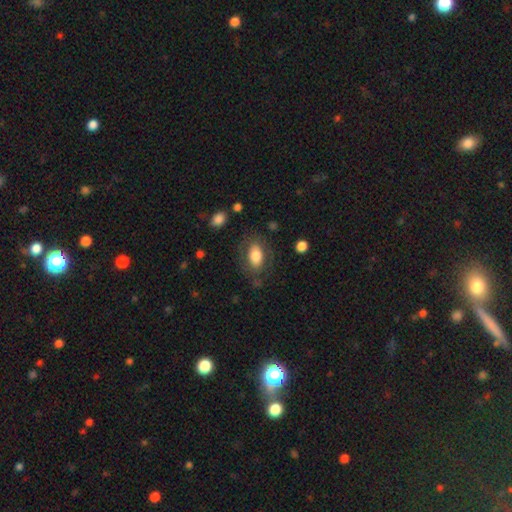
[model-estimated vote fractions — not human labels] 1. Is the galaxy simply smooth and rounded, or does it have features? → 70% smooth, 23% featured or disk, 7% star or artifact.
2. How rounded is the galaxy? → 88% in between, 9% round, 2% cigar-shaped.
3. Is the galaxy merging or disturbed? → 70% none, 17% minor disturbance, 11% major disturbance, 2% merger.